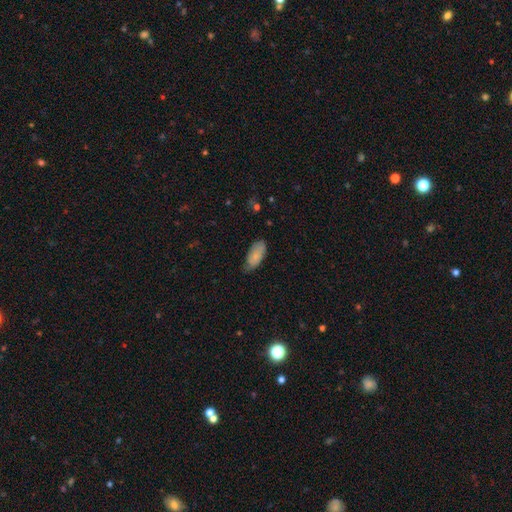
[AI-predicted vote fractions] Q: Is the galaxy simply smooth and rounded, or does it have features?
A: smooth — 78%.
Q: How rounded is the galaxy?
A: in between — 91%.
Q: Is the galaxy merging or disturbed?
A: none — 60%.